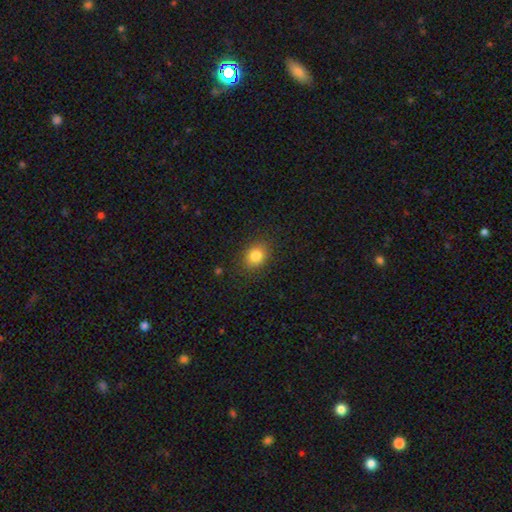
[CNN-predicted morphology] type=smooth (83%); roundness=round (50%); merging=none (85%).